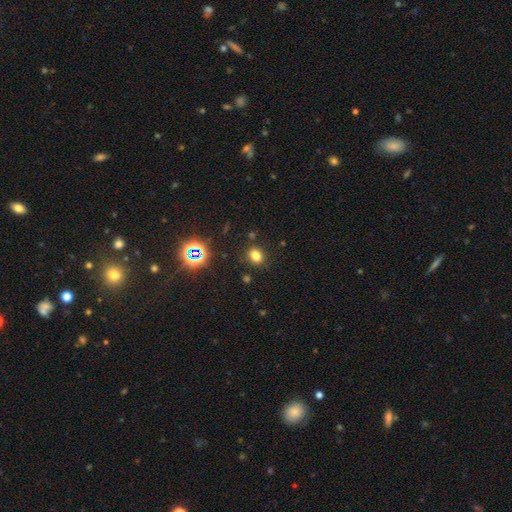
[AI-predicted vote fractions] The model was most divided on "how rounded": round: 56%, in between: 43%, cigar-shaped: 1%. More confident: merging — none (85%); smooth or featured — smooth (74%).